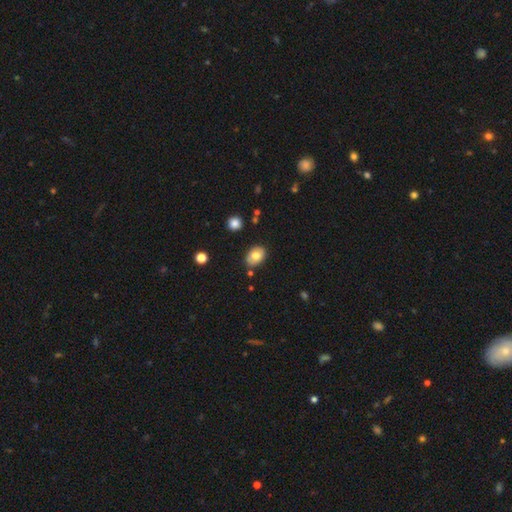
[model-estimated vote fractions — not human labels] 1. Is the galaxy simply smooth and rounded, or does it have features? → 74% smooth, 18% featured or disk, 8% star or artifact.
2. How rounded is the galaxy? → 69% in between, 30% round, 1% cigar-shaped.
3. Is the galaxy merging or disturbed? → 80% none, 14% minor disturbance, 4% merger, 3% major disturbance.